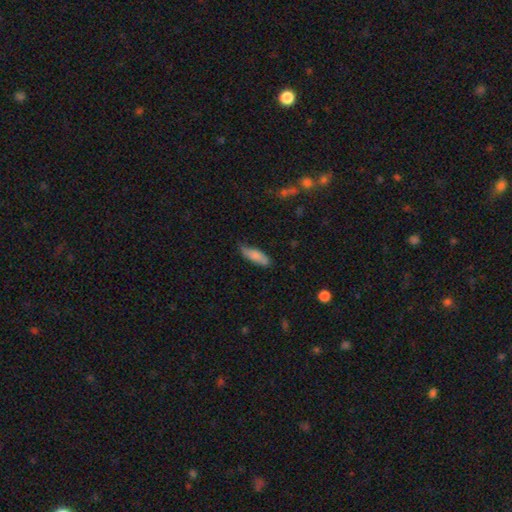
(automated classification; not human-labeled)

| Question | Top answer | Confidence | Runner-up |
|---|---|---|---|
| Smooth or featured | smooth | 78% | featured or disk (16%) |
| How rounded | in between | 56% | cigar-shaped (43%) |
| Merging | none | 68% | minor disturbance (26%) |